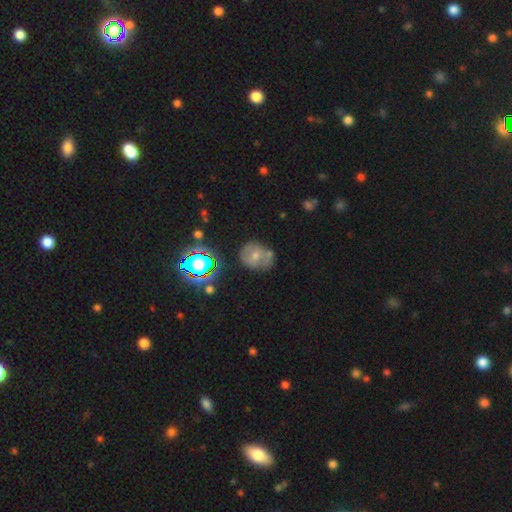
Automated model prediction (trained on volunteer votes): Smooth or featured?
  - smooth: 46% *
  - featured or disk: 38%
  - star or artifact: 16%
Merging?
  - none: 58% *
  - minor disturbance: 21%
  - merger: 12%
  - major disturbance: 9%